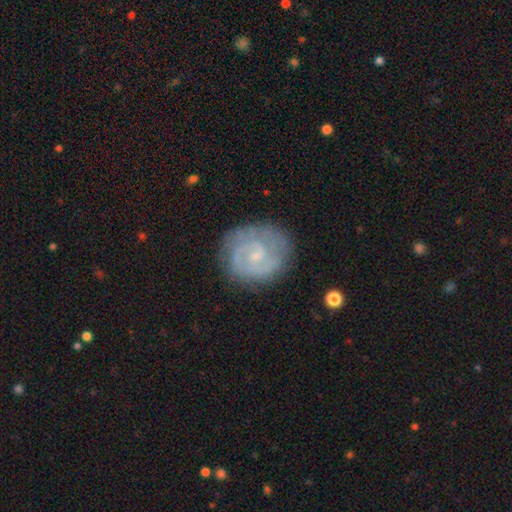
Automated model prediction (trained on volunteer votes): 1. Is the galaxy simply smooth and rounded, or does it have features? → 79% featured or disk, 16% smooth, 6% star or artifact.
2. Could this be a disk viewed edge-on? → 98% no, 2% yes.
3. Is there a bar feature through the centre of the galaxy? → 51% weak, 41% no, 9% strong.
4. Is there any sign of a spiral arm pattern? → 92% yes, 8% no.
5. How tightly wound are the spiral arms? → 56% tight, 35% medium, 9% loose.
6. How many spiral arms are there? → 65% 2, 18% can't tell, 8% 3, 4% 1, 3% 4, 2% more than 4.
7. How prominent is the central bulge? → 66% small, 19% moderate, 13% none, 1% large, 1% dominant.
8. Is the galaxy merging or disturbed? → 78% none, 15% minor disturbance, 6% major disturbance, 1% merger.